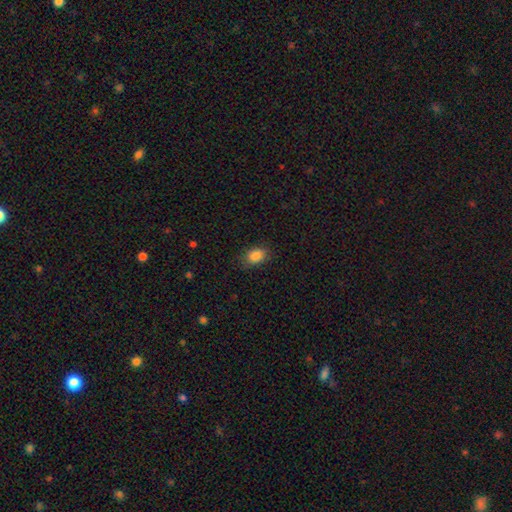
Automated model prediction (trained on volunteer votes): This is clearly a smooth galaxy (86%). How rounded: clearly in between (83%). Merging: clearly none (83%).